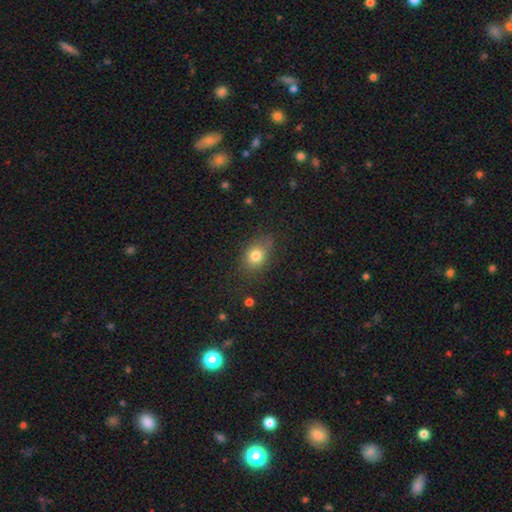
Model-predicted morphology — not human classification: smooth 79%, star or artifact 11%, featured or disk 10%. Down the decision tree: how rounded — in between (60%); merging — none (74%).